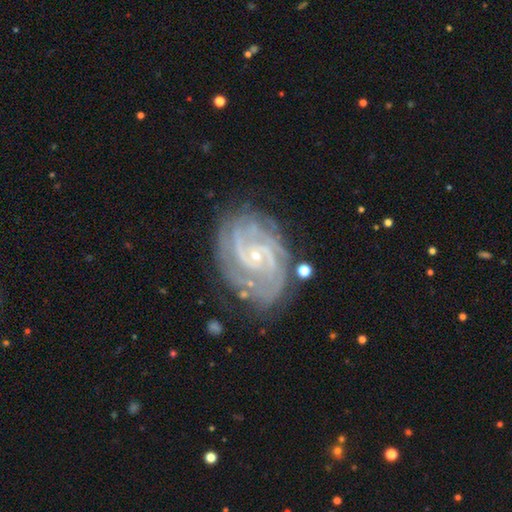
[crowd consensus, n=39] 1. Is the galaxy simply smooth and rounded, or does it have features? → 85% featured or disk, 8% smooth, 8% star or artifact.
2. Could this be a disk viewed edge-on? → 100% no, 0% yes.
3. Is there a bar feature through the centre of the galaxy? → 70% no, 27% weak, 3% strong.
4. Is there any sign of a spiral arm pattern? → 100% yes, 0% no.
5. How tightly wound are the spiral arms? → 67% tight, 27% medium, 6% loose.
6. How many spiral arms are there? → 48% 2, 27% can't tell, 15% 3, 9% 4, 0% 1, 0% more than 4.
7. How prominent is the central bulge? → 100% small, 0% dominant, 0% large, 0% moderate, 0% none.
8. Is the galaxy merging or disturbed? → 67% none, 19% minor disturbance, 11% major disturbance, 3% merger.